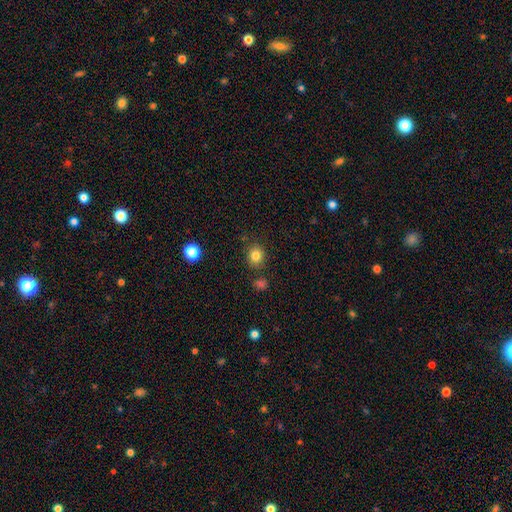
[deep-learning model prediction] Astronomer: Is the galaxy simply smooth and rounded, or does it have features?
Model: smooth — 82%.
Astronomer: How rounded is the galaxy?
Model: round — 78%.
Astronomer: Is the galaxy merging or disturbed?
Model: none — 82%.